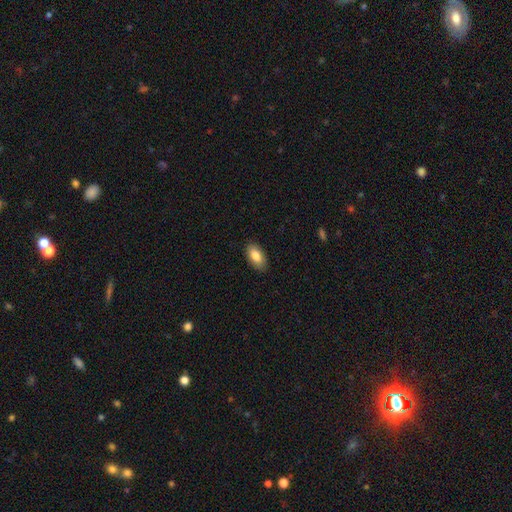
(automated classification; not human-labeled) smooth 84%, featured or disk 9%, star or artifact 7%. Down the decision tree: how rounded — in between (93%); merging — none (88%).